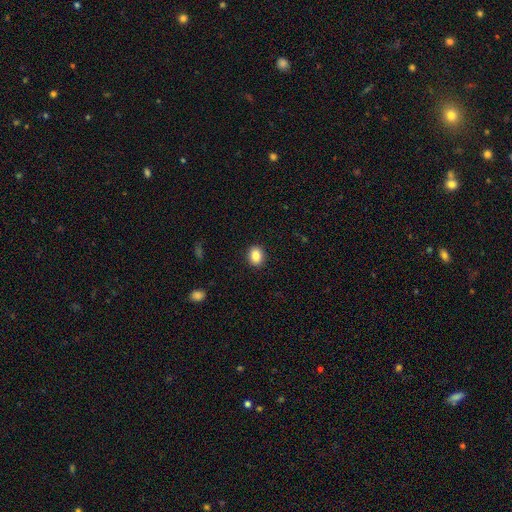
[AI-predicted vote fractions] This is clearly a smooth galaxy (86%). How rounded: possibly round (51%). Merging: clearly none (91%).